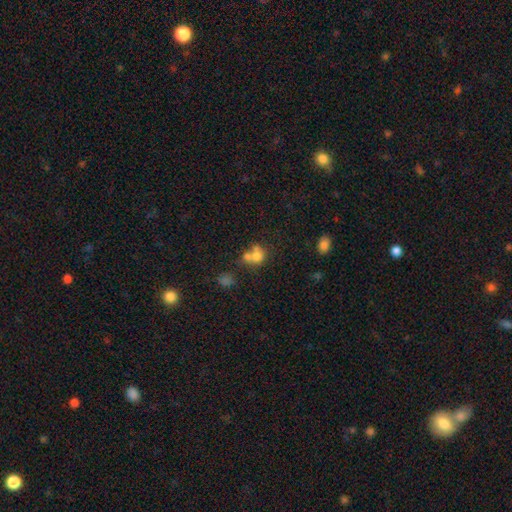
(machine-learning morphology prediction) smooth-or-featured: smooth: 68% | featured or disk: 18% | star or artifact: 14%
  how-rounded: round: 69% | in between: 30% | cigar-shaped: 1%
  merging: merger: 56% | none: 29% | minor disturbance: 9% | major disturbance: 6%